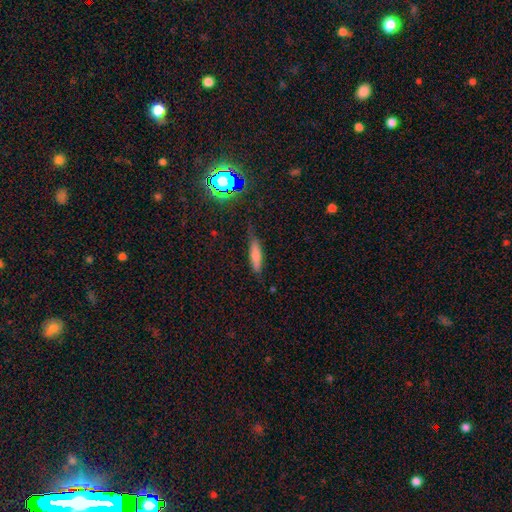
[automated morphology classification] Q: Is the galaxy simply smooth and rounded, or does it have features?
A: smooth — 71%.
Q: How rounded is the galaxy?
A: cigar-shaped — 73%.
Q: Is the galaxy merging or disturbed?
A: none — 72%.